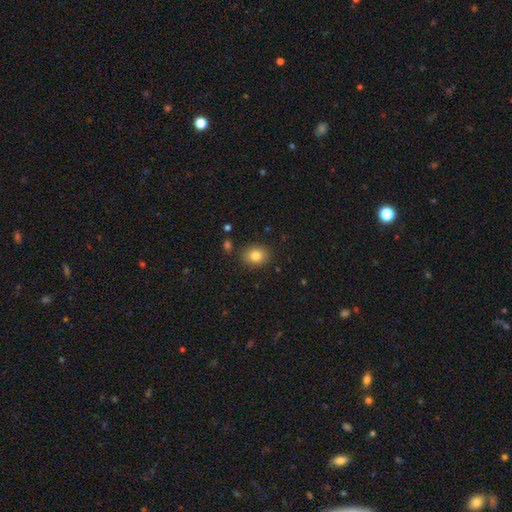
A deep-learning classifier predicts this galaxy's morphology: Q: Smooth or featured?
A: smooth (82%); runner-up: star or artifact (10%)
Q: How rounded?
A: round (55%); runner-up: in between (44%)
Q: Merging?
A: none (87%); runner-up: minor disturbance (9%)